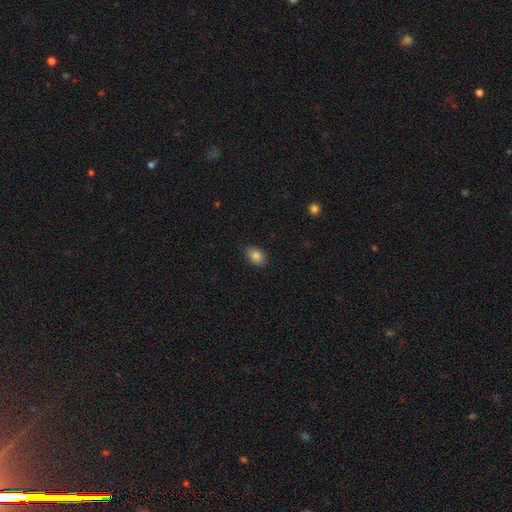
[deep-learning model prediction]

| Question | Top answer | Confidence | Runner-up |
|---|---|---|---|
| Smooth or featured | smooth | 86% | star or artifact (8%) |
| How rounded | in between | 83% | round (16%) |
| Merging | none | 86% | minor disturbance (11%) |